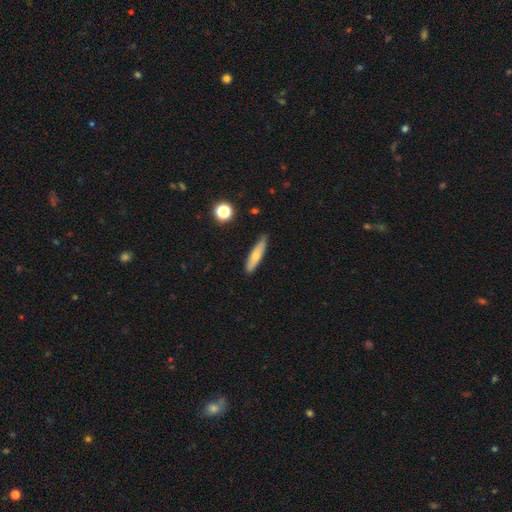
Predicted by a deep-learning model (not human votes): Smooth or featured? smooth (61%)
How rounded? cigar-shaped (79%)
Merging? none (86%)